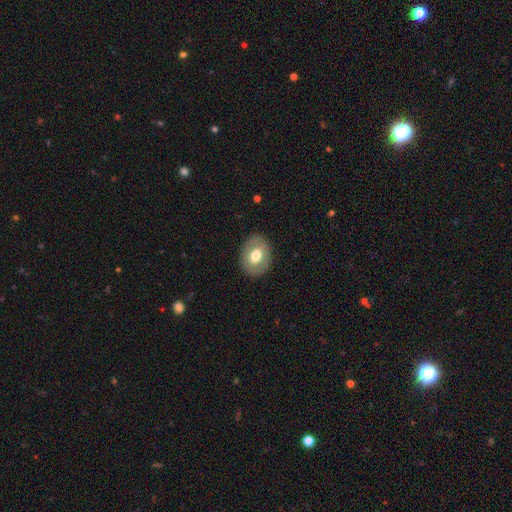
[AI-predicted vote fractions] Smooth or featured?
  - smooth: 61% *
  - featured or disk: 32%
  - star or artifact: 7%
How rounded?
  - in between: 60% *
  - round: 39%
  - cigar-shaped: 1%
Merging?
  - none: 86% *
  - minor disturbance: 10%
  - major disturbance: 3%
  - merger: 1%